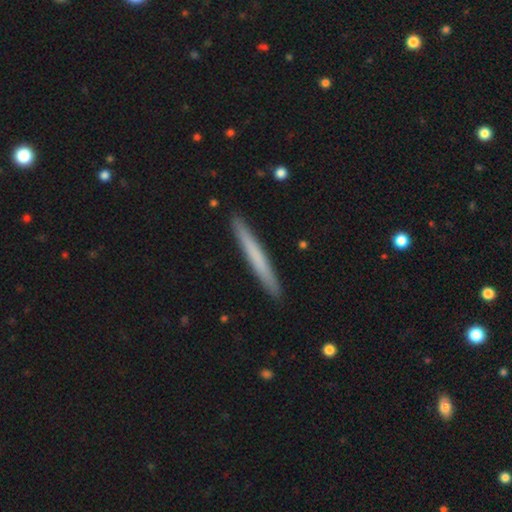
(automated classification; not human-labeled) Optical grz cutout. It shows a smooth galaxy with no disk features (62%) that is cigar-shaped (97%). Merging: none (92%).